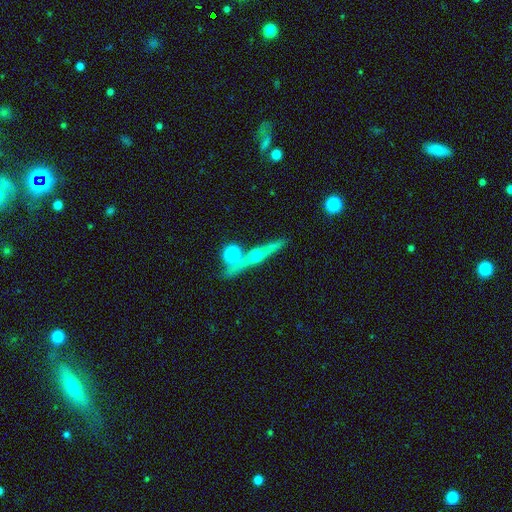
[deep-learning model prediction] Morphology: type=featured or disk (71%); edge-on=yes (95%); edge-on bulge=rounded (91%); merging=none (72%).